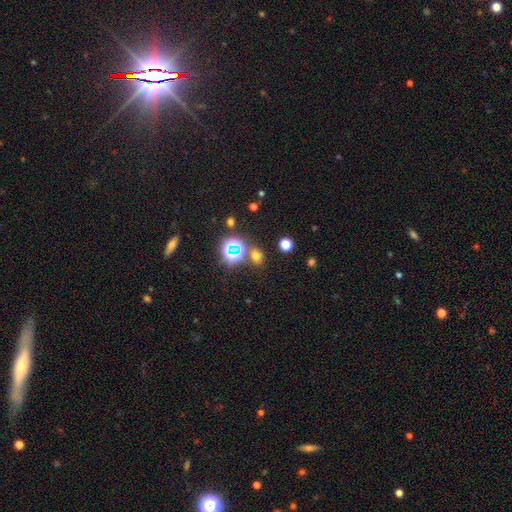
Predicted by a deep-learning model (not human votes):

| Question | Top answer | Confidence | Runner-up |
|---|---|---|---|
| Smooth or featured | smooth | 53% | star or artifact (39%) |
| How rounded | round | 64% | in between (34%) |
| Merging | none | 77% | merger (10%) |